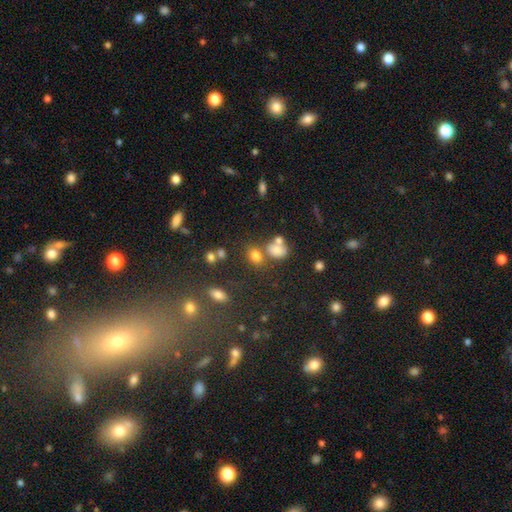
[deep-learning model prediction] Smooth or featured?
  - smooth: 73% *
  - star or artifact: 17%
  - featured or disk: 10%
How rounded?
  - in between: 56% *
  - round: 42%
  - cigar-shaped: 2%
Merging?
  - none: 54% *
  - merger: 27%
  - minor disturbance: 13%
  - major disturbance: 6%